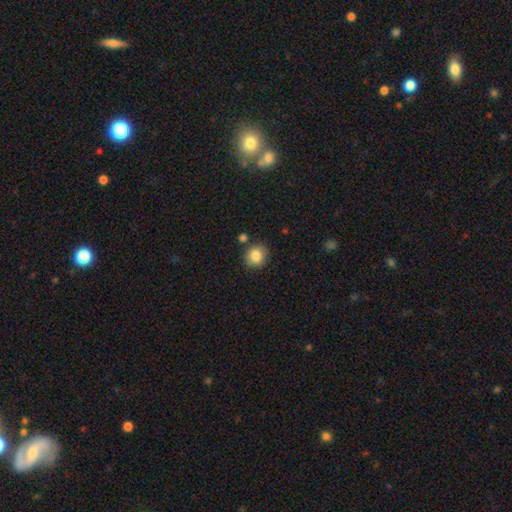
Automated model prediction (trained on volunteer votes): smooth 85%, star or artifact 9%, featured or disk 6%. Down the decision tree: how rounded — round (81%); merging — none (80%).